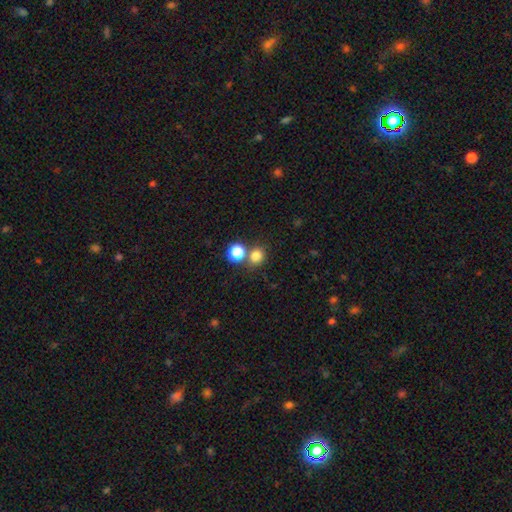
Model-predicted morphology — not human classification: Smooth or featured? smooth (80%)
How rounded? round (81%)
Merging? none (63%)